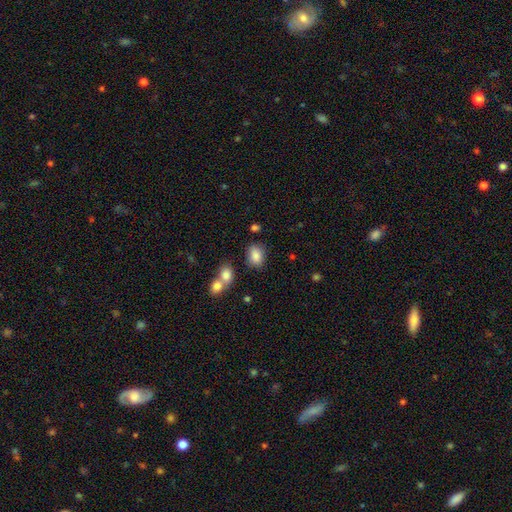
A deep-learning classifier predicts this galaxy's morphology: A smooth galaxy with no disk features (85%) that is in between round and cigar-shaped (71%). Merging: none (72%).